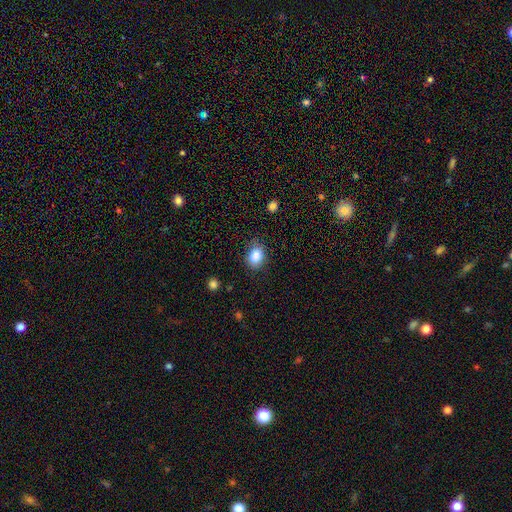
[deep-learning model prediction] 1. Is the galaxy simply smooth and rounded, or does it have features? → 86% smooth, 9% star or artifact, 5% featured or disk.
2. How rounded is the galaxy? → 57% in between, 42% round, 1% cigar-shaped.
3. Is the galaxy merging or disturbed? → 75% none, 19% minor disturbance, 5% major disturbance, 2% merger.